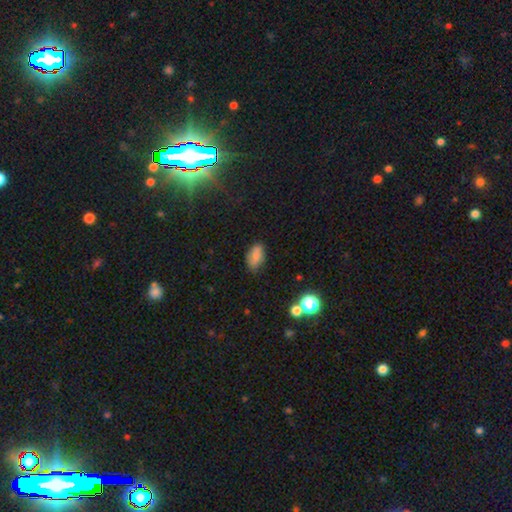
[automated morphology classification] Smooth or featured: smooth — 79% (featured or disk — 11%)
How rounded: in between — 90% (round — 7%)
Merging: none — 75% (minor disturbance — 19%)